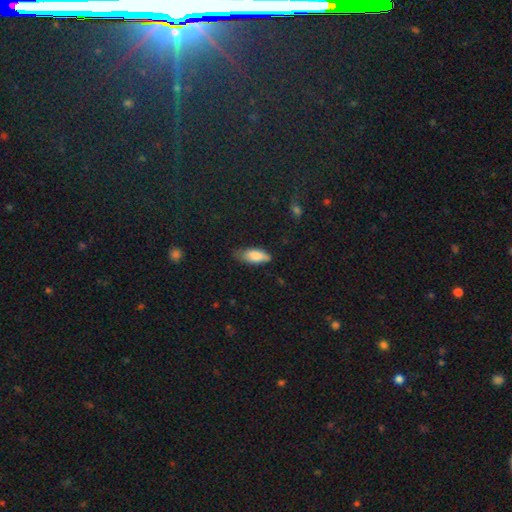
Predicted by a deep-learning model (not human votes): This appears to be a smooth galaxy with no disk features (82%) that is in between round and cigar-shaped (81%). Merging: none (59%).